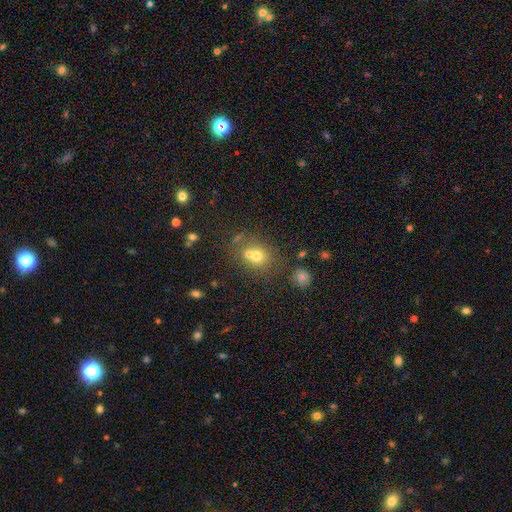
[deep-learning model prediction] Smooth or featured: smooth — 67% (star or artifact — 18%)
How rounded: round — 73% (in between — 26%)
Merging: none — 49% (merger — 37%)